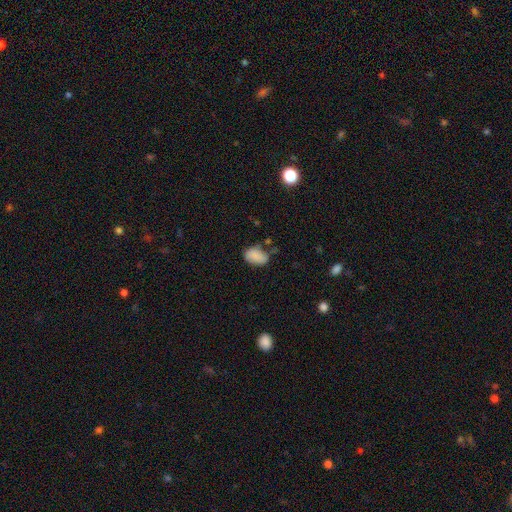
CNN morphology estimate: The model was most divided on "merging": none: 57%, minor disturbance: 28%, major disturbance: 8%, merger: 7%. More confident: how rounded — in between (88%); smooth or featured — smooth (85%).